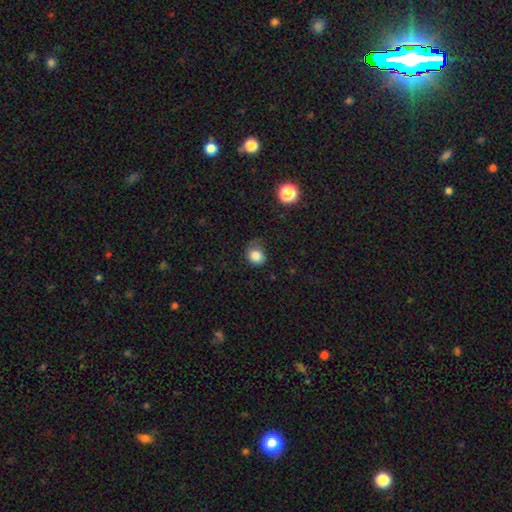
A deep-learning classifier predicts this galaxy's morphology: Smooth or featured? smooth (84%)
How rounded? round (65%)
Merging? none (50%)